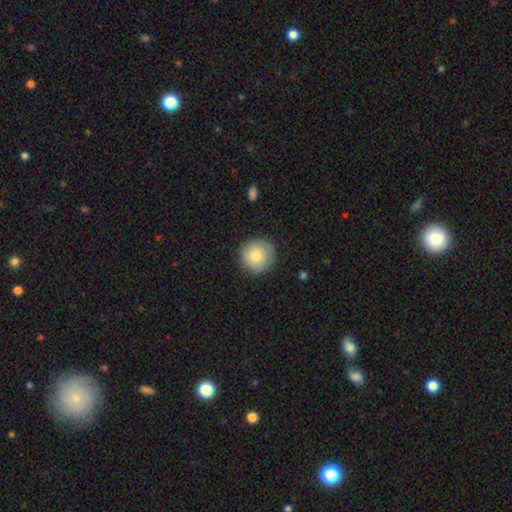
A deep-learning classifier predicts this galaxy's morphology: This is likely a smooth galaxy (78%). How rounded: clearly round (93%). Merging: clearly none (84%).